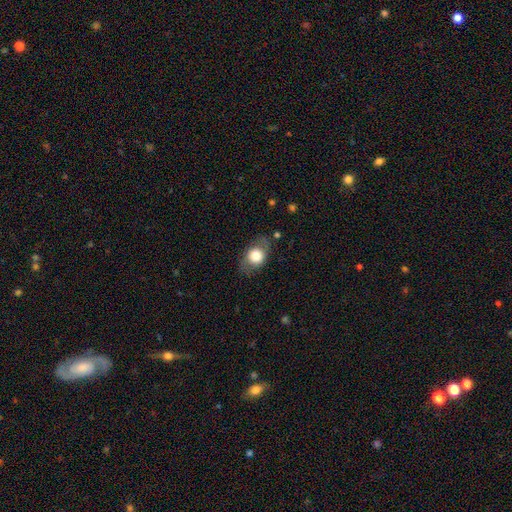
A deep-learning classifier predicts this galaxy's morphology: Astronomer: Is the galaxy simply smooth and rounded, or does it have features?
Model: smooth — 63%.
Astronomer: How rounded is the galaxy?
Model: in between — 59% (runner-up: round, 39%).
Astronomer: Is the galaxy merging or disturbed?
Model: none — 73%.